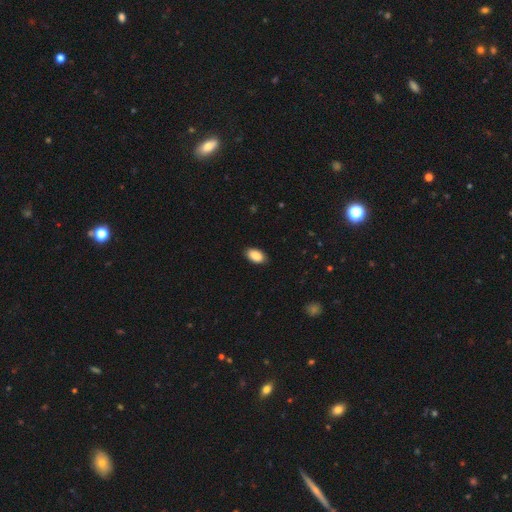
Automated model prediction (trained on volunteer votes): Overall: smooth (89%). How rounded: in between (94%). Merging: none (88%).